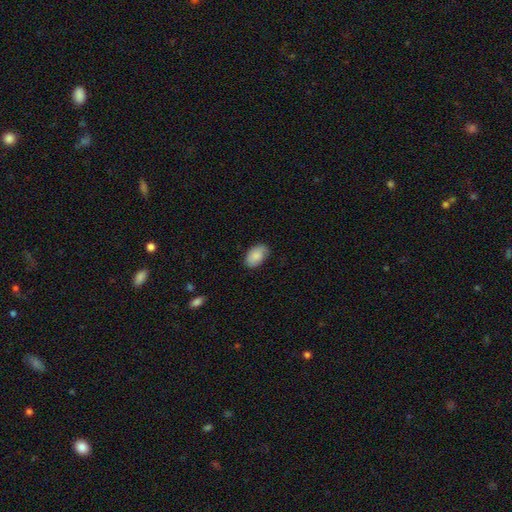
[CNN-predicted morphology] The model was most divided on "merging": none: 79%, minor disturbance: 17%, major disturbance: 3%, merger: 1%. More confident: how rounded — in between (92%); smooth or featured — smooth (87%).